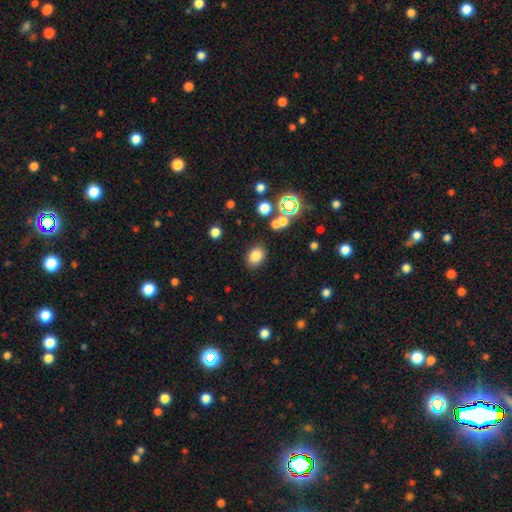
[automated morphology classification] smooth-or-featured: smooth: 81% | star or artifact: 12% | featured or disk: 7%
  how-rounded: in between: 67% | round: 32% | cigar-shaped: 1%
  merging: none: 82% | minor disturbance: 10% | merger: 4% | major disturbance: 3%